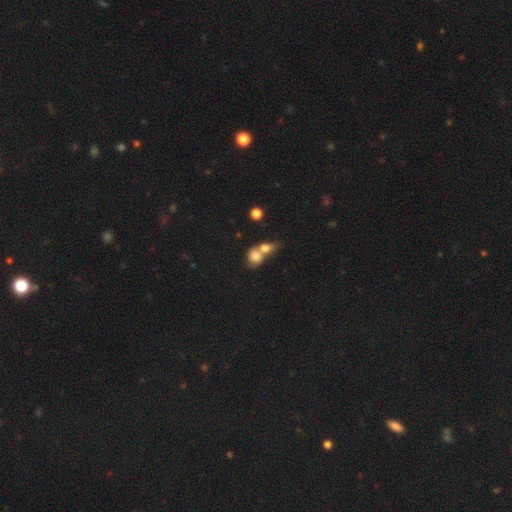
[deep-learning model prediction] The model was most divided on "how rounded": round: 60%, in between: 37%, cigar-shaped: 2%. More confident: smooth or featured — smooth (75%); merging — merger (67%).